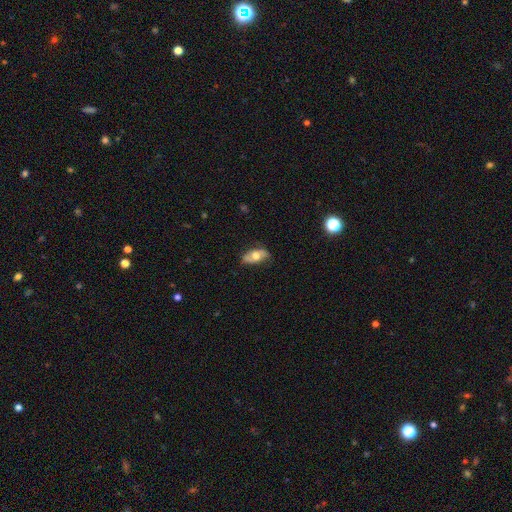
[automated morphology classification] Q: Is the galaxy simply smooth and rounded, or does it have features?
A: smooth — 52%.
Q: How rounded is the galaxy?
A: in between — 89%.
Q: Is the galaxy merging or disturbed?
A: none — 74%.